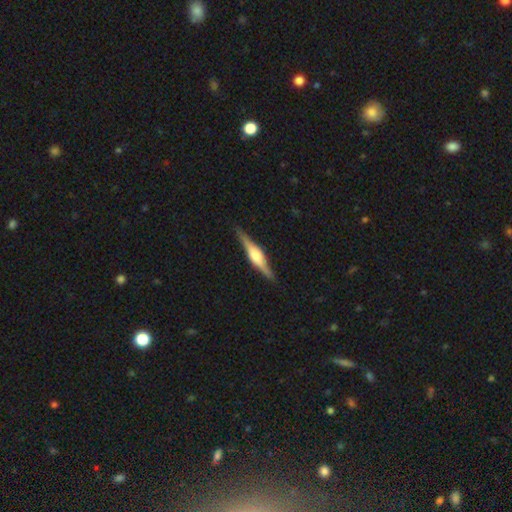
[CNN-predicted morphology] smooth-or-featured: featured or disk: 74% | smooth: 20% | star or artifact: 5%
  disk-edge-on: yes: 97% | no: 3%
    edge-on-bulge: rounded: 71% | boxy: 25% | none: 4%
  merging: none: 89% | minor disturbance: 8% | major disturbance: 2% | merger: 1%